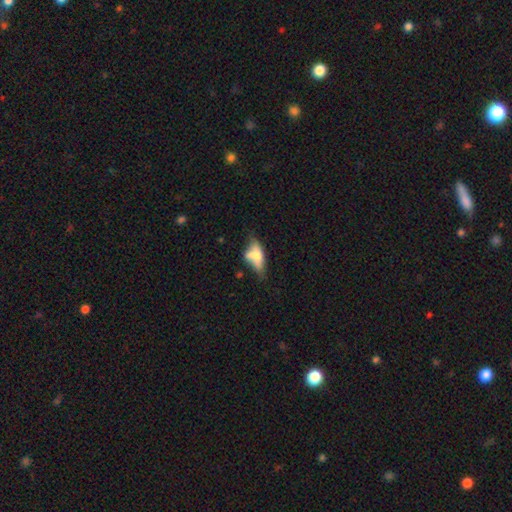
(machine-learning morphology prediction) A smooth galaxy with no disk features (54%) that is in between round and cigar-shaped (74%).

Vote fractions:
- Smooth or featured? smooth: 54% / featured or disk: 37% / star or artifact: 9%
- How rounded? in between: 74% / cigar-shaped: 21% / round: 5%
- Merging? none: 33% / minor disturbance: 26% / merger: 21% / major disturbance: 20%